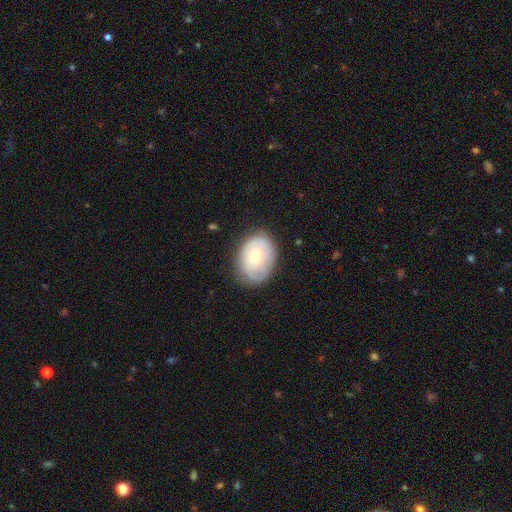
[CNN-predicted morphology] Smooth or featured? featured or disk (47%)
Merging? none (71%)